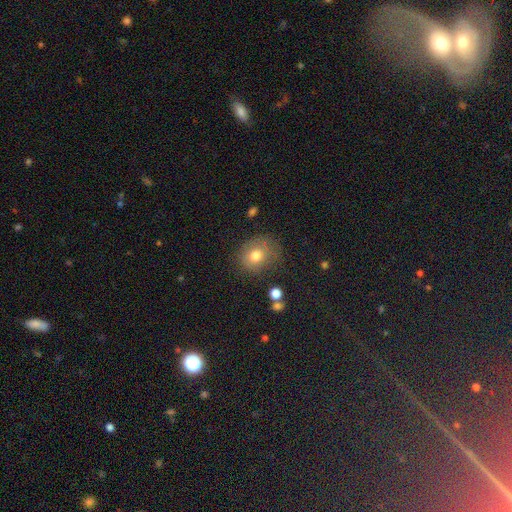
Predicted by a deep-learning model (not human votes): Smooth or featured?
  - smooth: 75% *
  - featured or disk: 15%
  - star or artifact: 11%
How rounded?
  - round: 67% *
  - in between: 32%
  - cigar-shaped: 1%
Merging?
  - none: 64% *
  - minor disturbance: 23%
  - major disturbance: 11%
  - merger: 3%